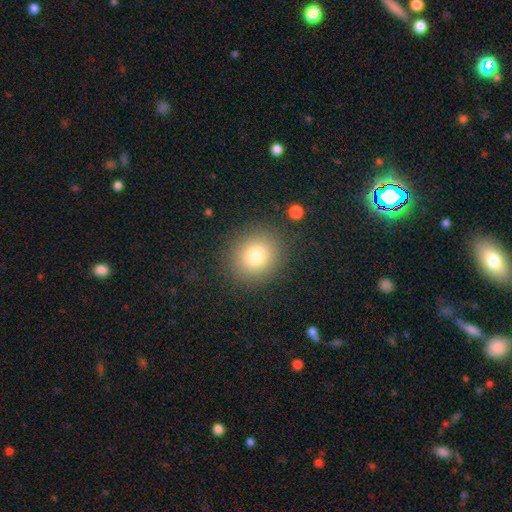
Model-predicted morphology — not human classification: Smooth or featured? Predicted: smooth (p=0.79). How rounded? Predicted: round (p=0.81). Merging? Predicted: none (p=0.88).